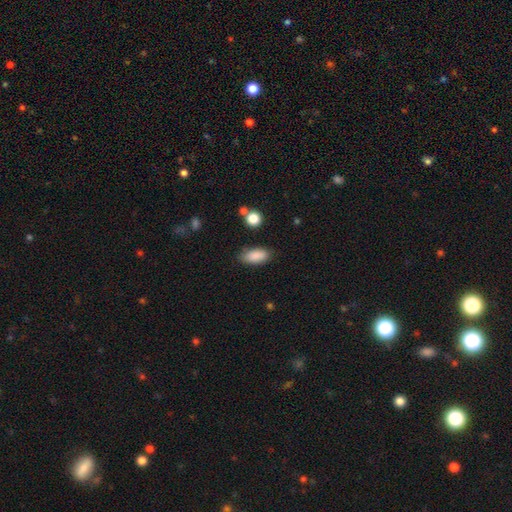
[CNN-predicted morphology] type=smooth (88%); roundness=in between (89%); merging=none (80%).